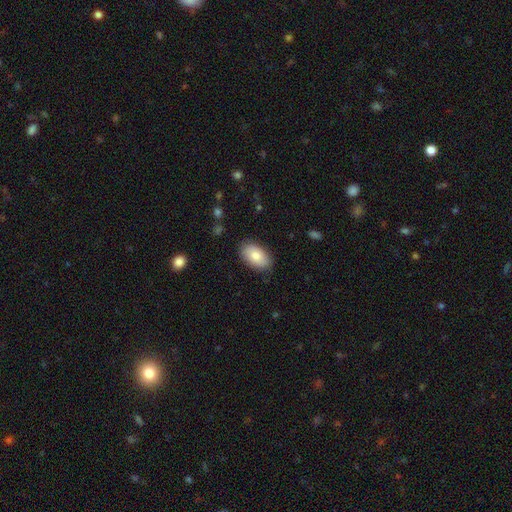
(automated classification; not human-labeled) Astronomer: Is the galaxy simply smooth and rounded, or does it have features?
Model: smooth — 80%.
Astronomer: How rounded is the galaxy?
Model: in between — 93%.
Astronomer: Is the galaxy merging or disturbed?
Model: none — 84%.